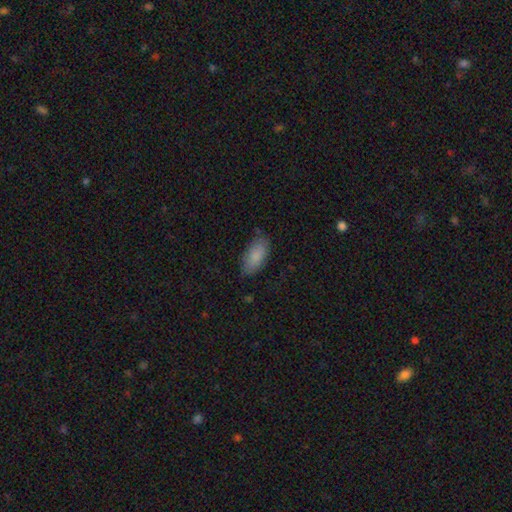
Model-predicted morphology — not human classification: Smooth or featured? Predicted: smooth (p=0.86). How rounded? Predicted: in between (p=0.89). Merging? Predicted: none (p=0.77).